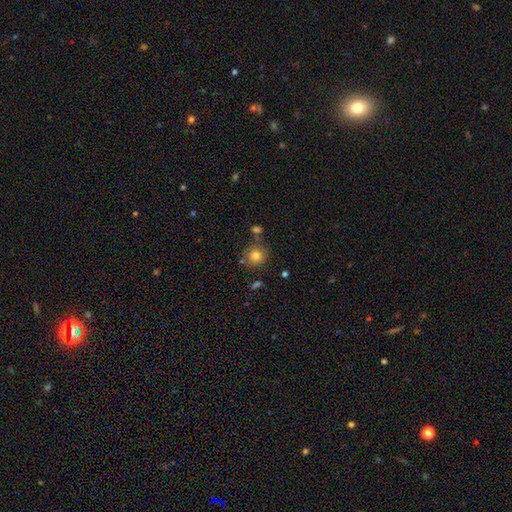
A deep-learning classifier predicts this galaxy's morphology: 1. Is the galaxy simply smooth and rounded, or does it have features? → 81% smooth, 11% star or artifact, 8% featured or disk.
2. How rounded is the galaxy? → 90% round, 9% in between, 1% cigar-shaped.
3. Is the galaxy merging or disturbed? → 75% none, 12% minor disturbance, 9% merger, 4% major disturbance.